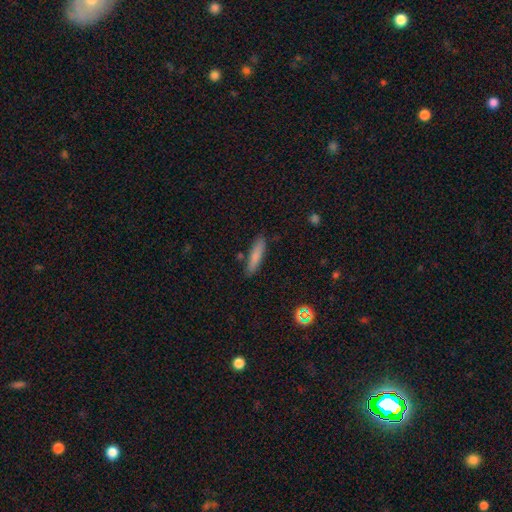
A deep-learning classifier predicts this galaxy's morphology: smooth_or_featured: smooth (p=0.78) [alt: featured or disk p=0.13]
how_rounded: cigar-shaped (p=0.79) [alt: in between p=0.19]
merging: none (p=0.84) [alt: minor disturbance p=0.11]